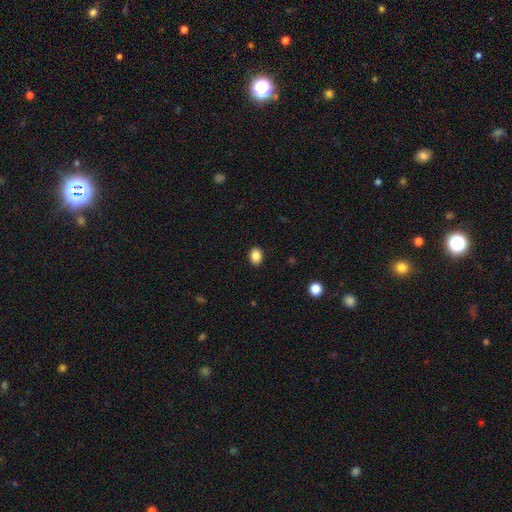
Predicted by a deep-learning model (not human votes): A smooth galaxy with no disk features (87%) that is in between round and cigar-shaped (54%). Merging: none (91%).